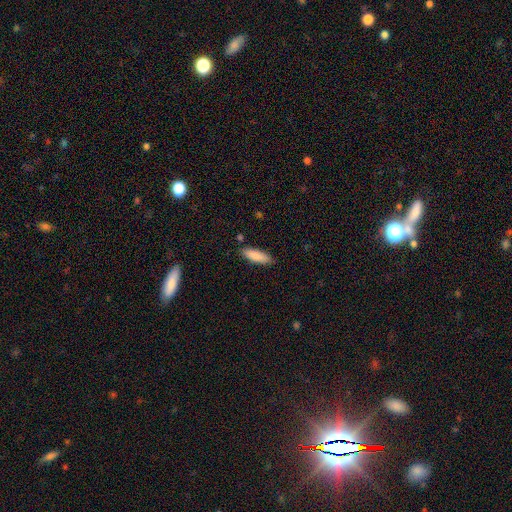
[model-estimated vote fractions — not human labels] Smooth or featured?
  - smooth: 87% *
  - featured or disk: 7%
  - star or artifact: 6%
How rounded?
  - cigar-shaped: 51% *
  - in between: 47%
  - round: 1%
Merging?
  - none: 86% *
  - minor disturbance: 10%
  - major disturbance: 2%
  - merger: 2%